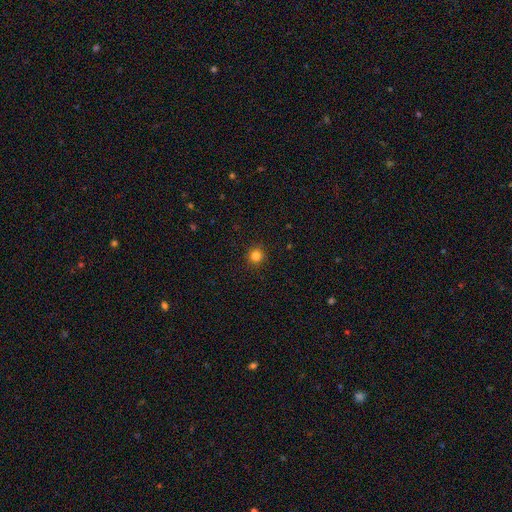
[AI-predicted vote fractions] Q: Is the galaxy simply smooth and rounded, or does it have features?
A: smooth — 83%.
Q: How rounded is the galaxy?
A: round — 93%.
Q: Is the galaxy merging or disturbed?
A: none — 92%.